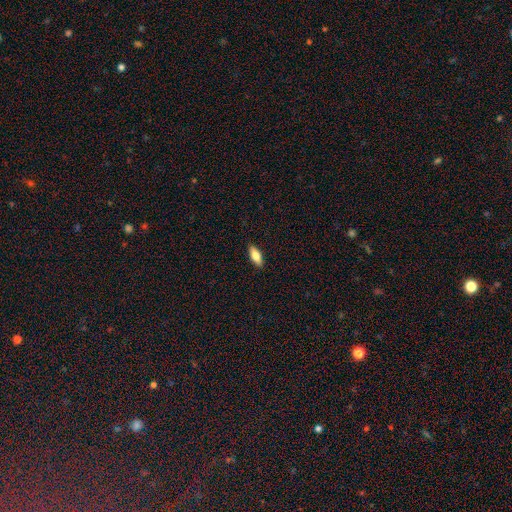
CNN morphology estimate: Smooth or featured? Predicted: smooth (p=0.73). How rounded? Predicted: in between (p=0.76). Merging? Predicted: none (p=0.90).